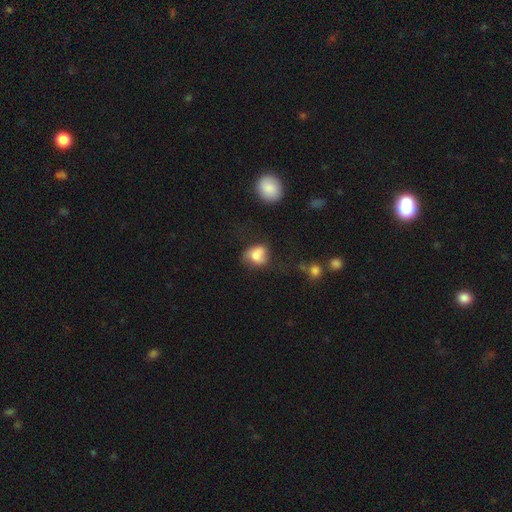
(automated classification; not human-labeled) A smooth galaxy with no disk features (72%) that is in between round and cigar-shaped (53%).

Vote fractions:
- Smooth or featured? smooth: 72% / featured or disk: 18% / star or artifact: 10%
- How rounded? in between: 53% / round: 46% / cigar-shaped: 1%
- Merging? none: 41% / minor disturbance: 31% / major disturbance: 21% / merger: 7%